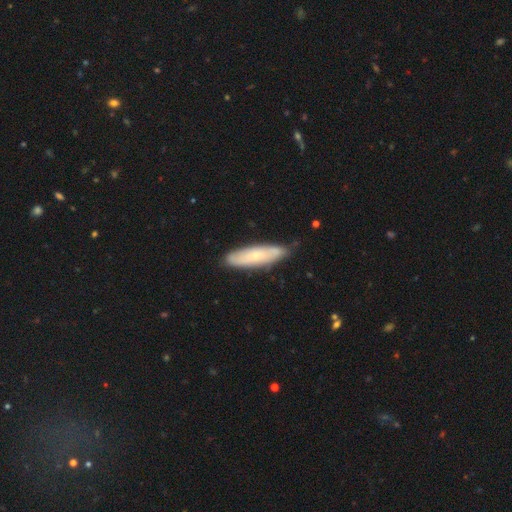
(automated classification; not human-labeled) Overall: smooth (57%; featured or disk 37%). How rounded: cigar-shaped (64%; in between 34%). Merging: none (80%).